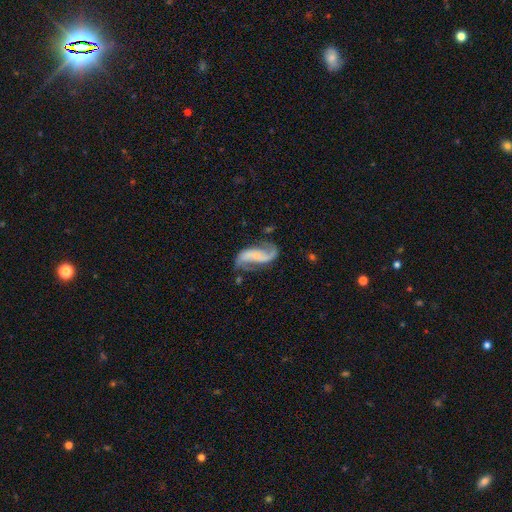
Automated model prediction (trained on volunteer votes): smooth-or-featured: featured or disk: 85% | smooth: 10% | star or artifact: 5%
  disk-edge-on: no: 96% | yes: 4%
    bar: no: 46% | weak: 32% | strong: 22%
    has-spiral-arms: yes: 96% | no: 4%
      spiral-winding: loose: 64% | medium: 28% | tight: 8%
      spiral-arm-count: 2: 91% | 1: 3% | can't tell: 3% | 3: 1% | 4: 1% | more than 4: 1%
    bulge-size: small: 62% | moderate: 19% | none: 16% | large: 2% | dominant: 1%
  merging: none: 65% | minor disturbance: 19% | major disturbance: 12% | merger: 4%